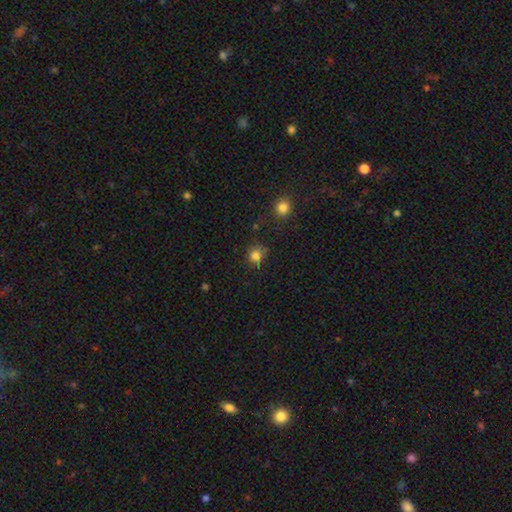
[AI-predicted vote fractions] Morphology: type=smooth (79%); roundness=round (85%); merging=none (70%).